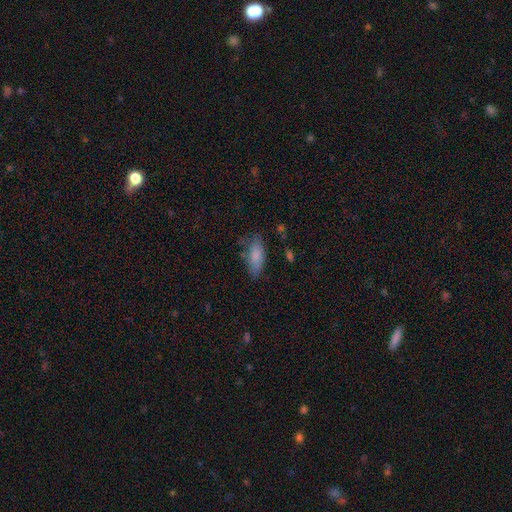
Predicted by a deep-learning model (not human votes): smooth-or-featured: smooth: 83% | featured or disk: 10% | star or artifact: 7%
  how-rounded: in between: 80% | cigar-shaped: 18% | round: 2%
  merging: none: 68% | minor disturbance: 22% | major disturbance: 6% | merger: 4%